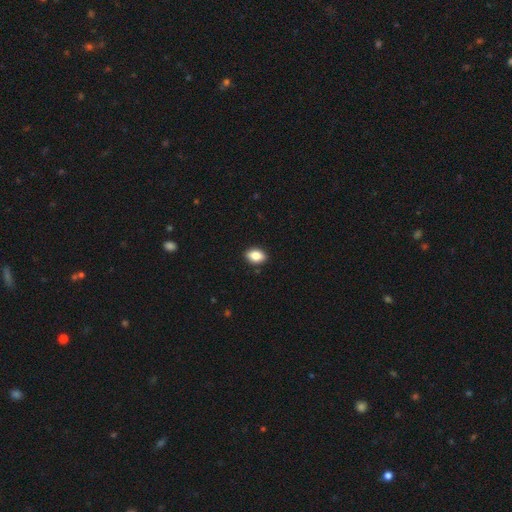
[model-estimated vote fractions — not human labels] Overall: smooth (84%). How rounded: in between (84%). Merging: none (89%).